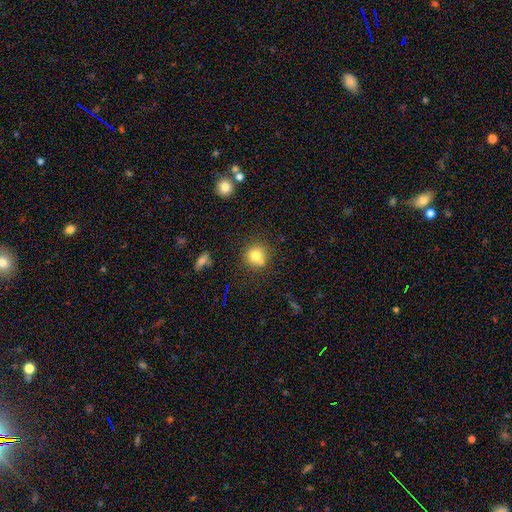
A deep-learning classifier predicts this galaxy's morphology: Smooth or featured? Predicted: smooth (p=0.76). How rounded? Predicted: round (p=0.91). Merging? Predicted: none (p=0.67).